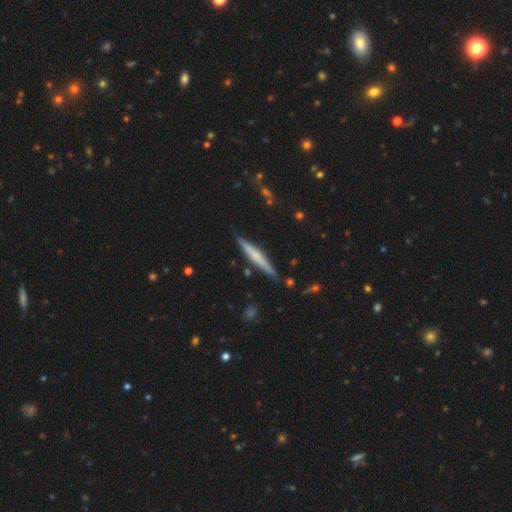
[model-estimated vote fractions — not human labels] Smooth or featured: smooth — 49% (featured or disk — 45%)
Merging: none — 87% (minor disturbance — 9%)